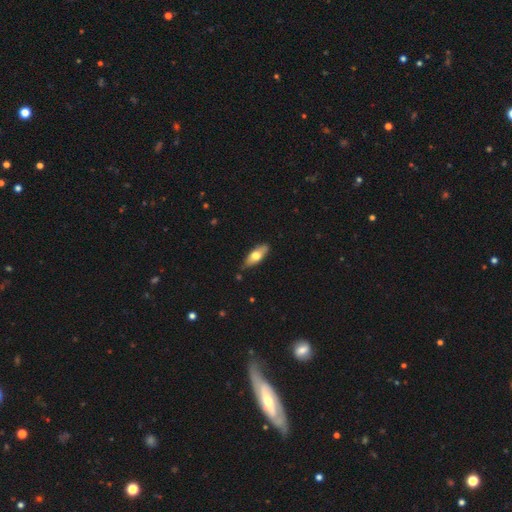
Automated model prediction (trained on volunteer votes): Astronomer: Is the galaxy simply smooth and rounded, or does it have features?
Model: smooth — 60% (runner-up: featured or disk, 35%).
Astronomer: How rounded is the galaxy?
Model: in between — 67%.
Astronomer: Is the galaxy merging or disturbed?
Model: none — 81%.